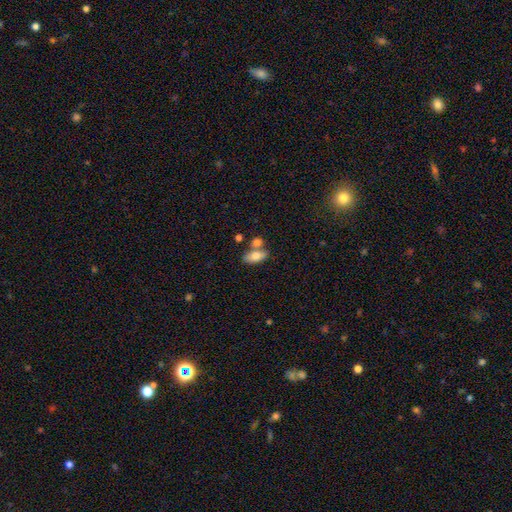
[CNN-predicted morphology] A smooth galaxy with no disk features (77%) that is in between round and cigar-shaped (86%).

Vote fractions:
- Smooth or featured? smooth: 77% / featured or disk: 16% / star or artifact: 7%
- How rounded? in between: 86% / cigar-shaped: 9% / round: 5%
- Merging? none: 51% / merger: 31% / minor disturbance: 13% / major disturbance: 4%